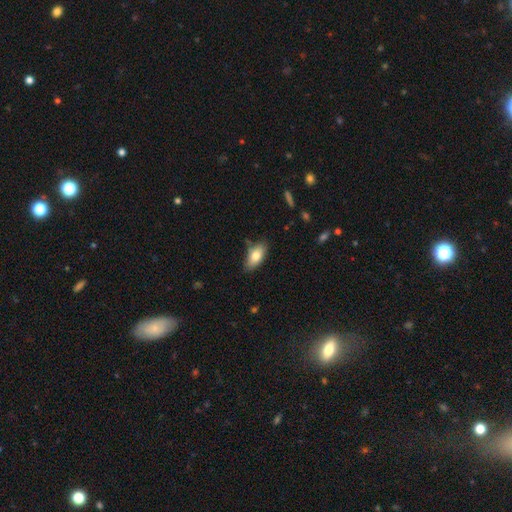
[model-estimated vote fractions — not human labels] Morphology: type=smooth (78%); roundness=in between (89%); merging=none (76%).